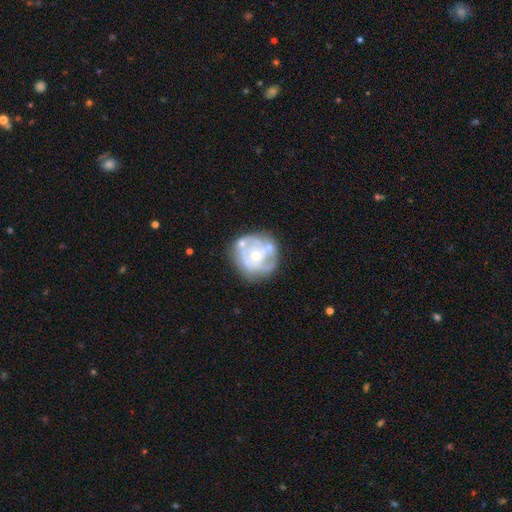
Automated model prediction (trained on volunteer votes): smooth-or-featured: featured or disk: 68% | smooth: 25% | star or artifact: 7%
  disk-edge-on: no: 98% | yes: 2%
    bar: no: 83% | weak: 14% | strong: 4%
    has-spiral-arms: no: 62% | yes: 38%
    bulge-size: small: 51% | moderate: 43% | large: 2% | none: 2% | dominant: 1%
  merging: none: 58% | minor disturbance: 20% | major disturbance: 11% | merger: 11%